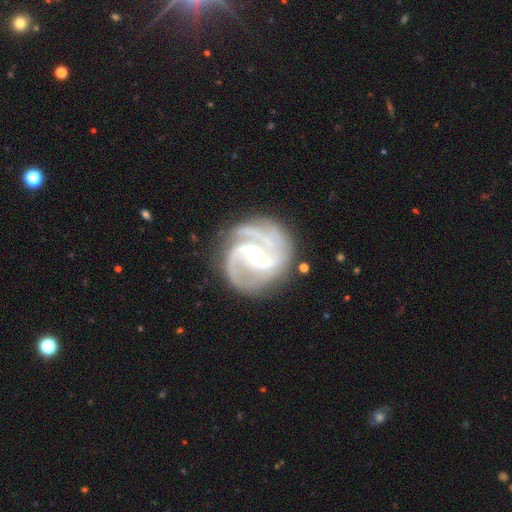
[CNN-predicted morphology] Smooth or featured? featured or disk (93%)
Edge-on disk? no (98%)
Bar? weak (43%)
Spiral arms? yes (98%)
Spiral winding? medium (55%)
Spiral arm count? 2 (43%)
Bulge size? moderate (49%)
Merging? none (78%)